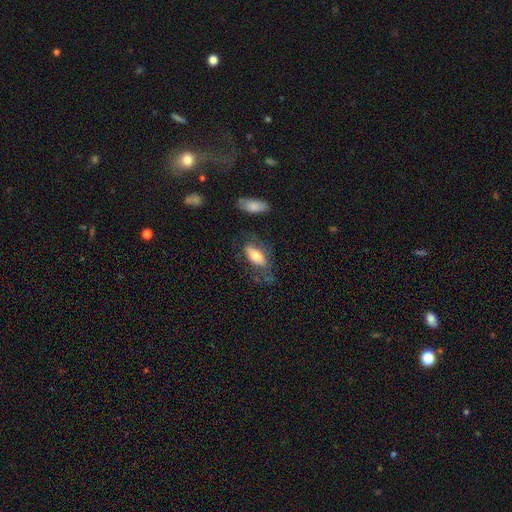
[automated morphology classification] Overall: smooth (65%; featured or disk 28%). How rounded: in between (83%). Merging: none (52%; minor disturbance 23%).